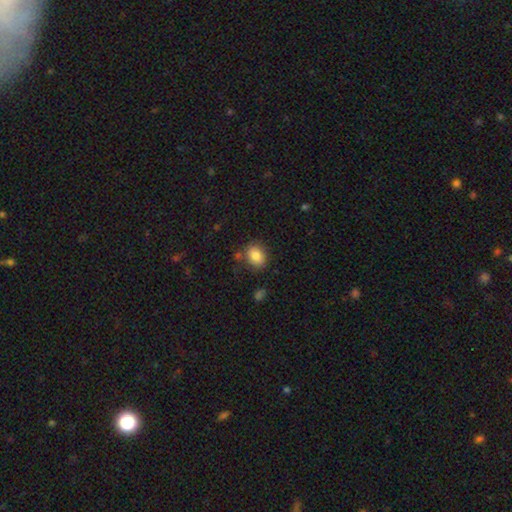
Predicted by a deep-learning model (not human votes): The model was most divided on "how rounded": in between: 60%, round: 39%, cigar-shaped: 1%. More confident: smooth or featured — smooth (83%); merging — none (77%).